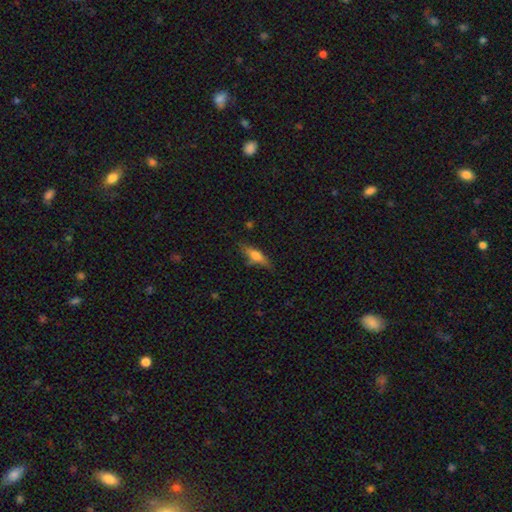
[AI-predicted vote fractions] Morphology: type=smooth (54%); roundness=cigar-shaped (60%); merging=none (71%).